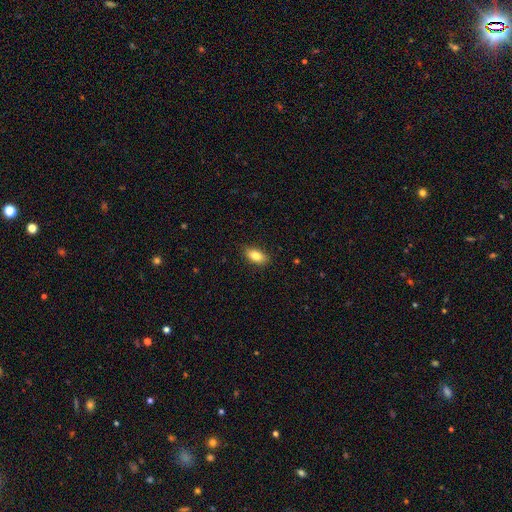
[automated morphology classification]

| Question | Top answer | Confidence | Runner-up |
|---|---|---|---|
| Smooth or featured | smooth | 82% | featured or disk (10%) |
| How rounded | in between | 89% | cigar-shaped (7%) |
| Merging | none | 87% | minor disturbance (10%) |